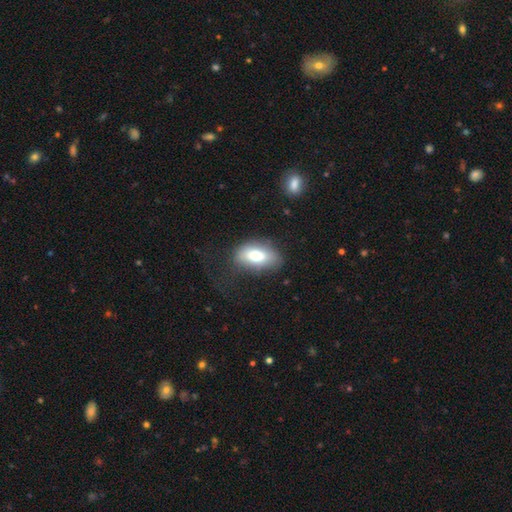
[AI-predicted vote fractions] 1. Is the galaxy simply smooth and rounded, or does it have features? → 71% smooth, 20% featured or disk, 9% star or artifact.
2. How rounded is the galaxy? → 88% in between, 10% round, 2% cigar-shaped.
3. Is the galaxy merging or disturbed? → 63% none, 22% minor disturbance, 13% major disturbance, 2% merger.